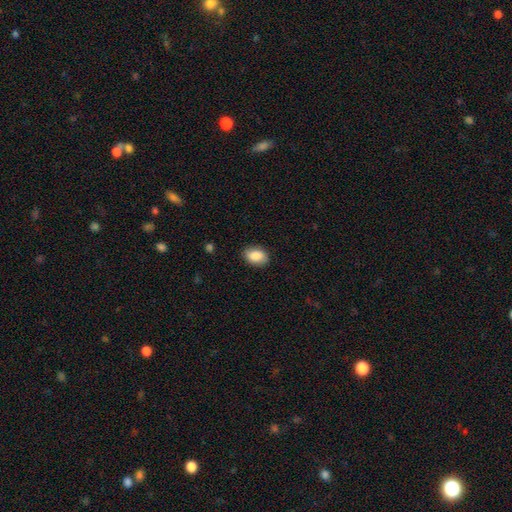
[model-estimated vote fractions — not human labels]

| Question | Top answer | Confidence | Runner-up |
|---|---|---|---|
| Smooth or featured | smooth | 87% | star or artifact (7%) |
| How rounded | in between | 85% | round (14%) |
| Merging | none | 84% | minor disturbance (12%) |